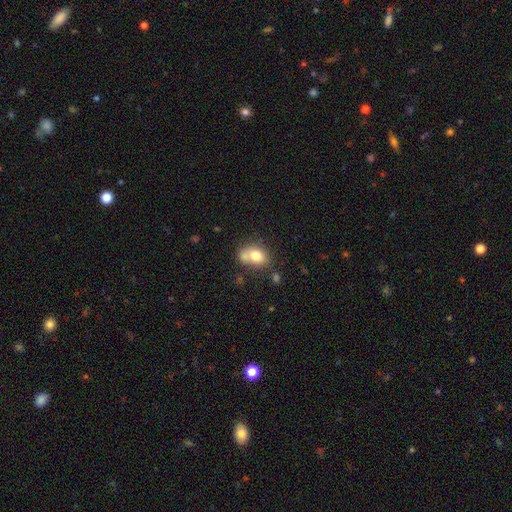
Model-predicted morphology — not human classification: Smooth or featured: smooth — 75% (featured or disk — 15%)
How rounded: in between — 67% (round — 32%)
Merging: none — 41% (merger — 32%)